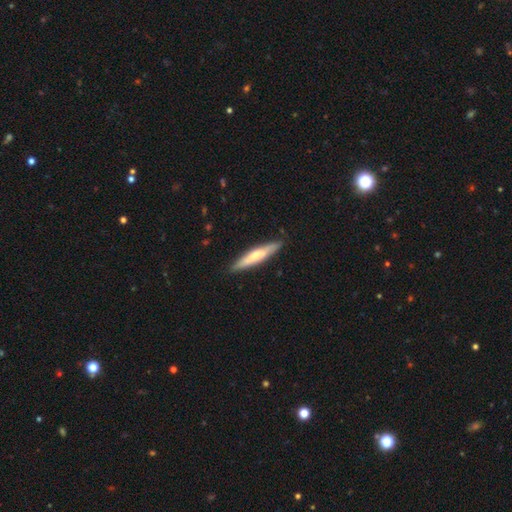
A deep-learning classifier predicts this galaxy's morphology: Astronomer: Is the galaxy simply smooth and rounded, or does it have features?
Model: smooth — 58% (runner-up: featured or disk, 37%).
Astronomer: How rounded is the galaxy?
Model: cigar-shaped — 89%.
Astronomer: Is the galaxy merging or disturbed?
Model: none — 87%.